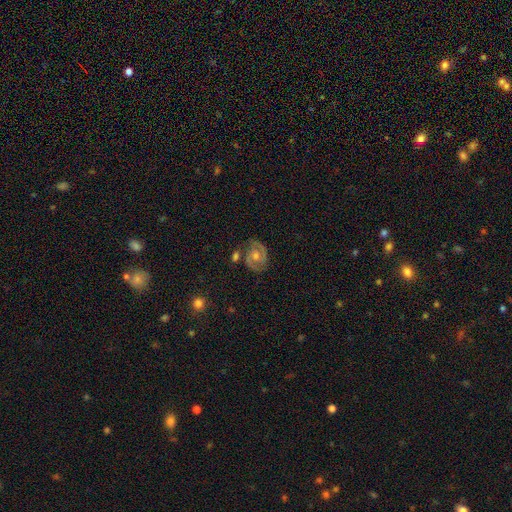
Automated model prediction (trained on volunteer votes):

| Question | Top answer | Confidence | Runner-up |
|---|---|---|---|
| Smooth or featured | featured or disk | 83% | smooth (9%) |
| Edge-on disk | no | 98% | yes (2%) |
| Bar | no | 61% | weak (31%) |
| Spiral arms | yes | 95% | no (5%) |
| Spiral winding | tight | 50% | medium (42%) |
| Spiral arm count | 2 | 90% | can't tell (4%) |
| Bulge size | moderate | 62% | small (30%) |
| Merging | none | 77% | minor disturbance (13%) |